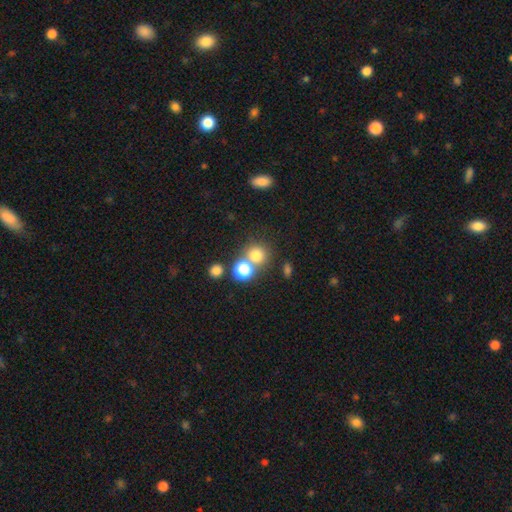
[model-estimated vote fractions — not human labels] Morphology: type=smooth (75%); roundness=round (87%); merging=none (61%).